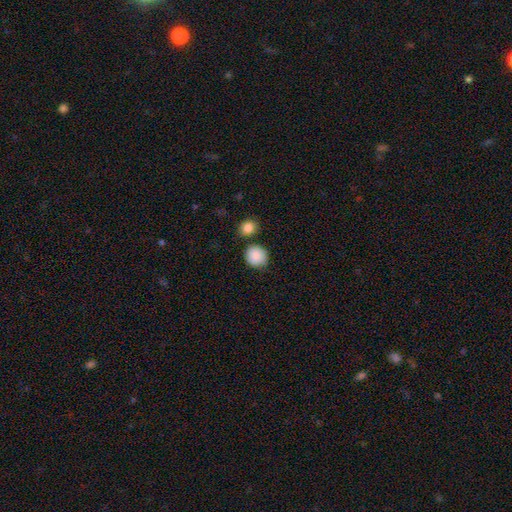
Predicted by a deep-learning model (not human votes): This appears to be a smooth galaxy with no disk features (89%) that is round (91%). Merging: none (78%).